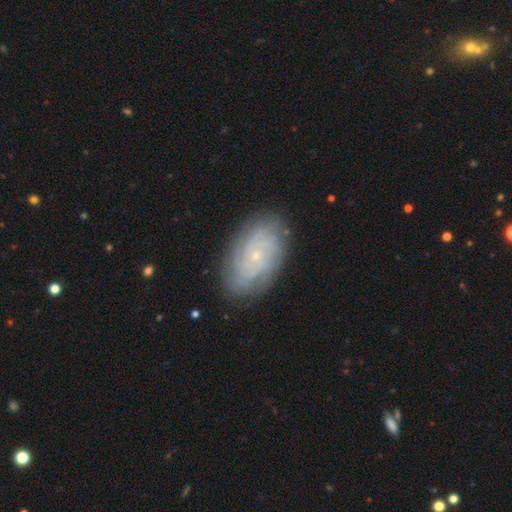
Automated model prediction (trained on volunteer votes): Overall: featured or disk (73%). Edge-on disk: no (95%). Bar: no (81%). Spiral arms: yes (90%). Spiral arm count: can't tell (48%; 4 14%). Spiral winding: tight (72%). Bulge size: small (85%). Merging: none (83%).